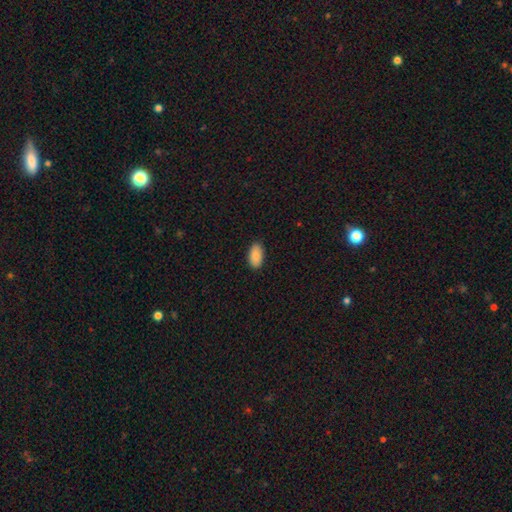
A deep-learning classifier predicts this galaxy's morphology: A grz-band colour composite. It shows a smooth galaxy with no disk features (88%) that is in between round and cigar-shaped (95%). Merging: none (89%).